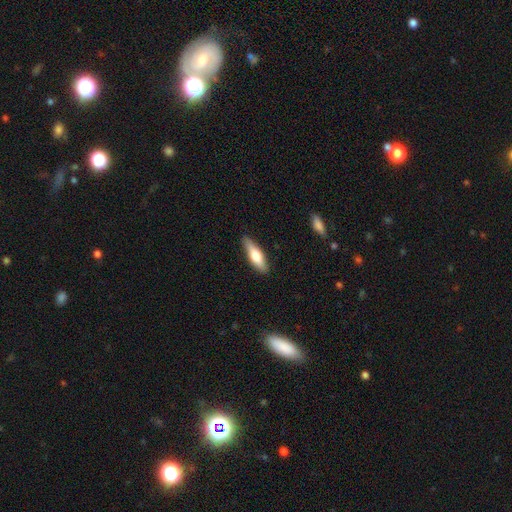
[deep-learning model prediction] This is likely a smooth galaxy (61%). How rounded: possibly cigar-shaped (55%). Merging: clearly none (86%).